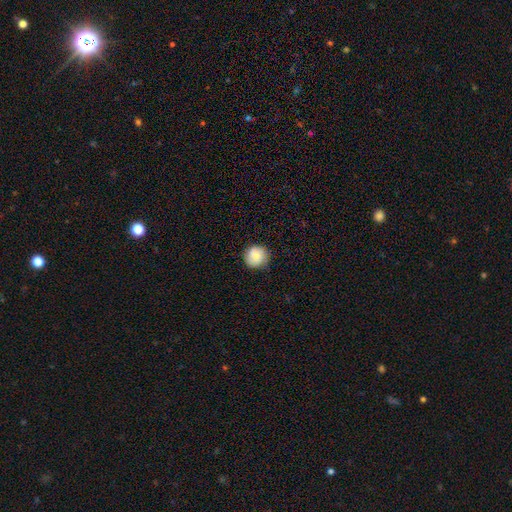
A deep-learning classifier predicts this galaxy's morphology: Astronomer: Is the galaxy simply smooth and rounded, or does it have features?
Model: smooth — 74%.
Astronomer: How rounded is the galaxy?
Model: round — 93%.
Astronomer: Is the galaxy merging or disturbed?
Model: none — 84%.